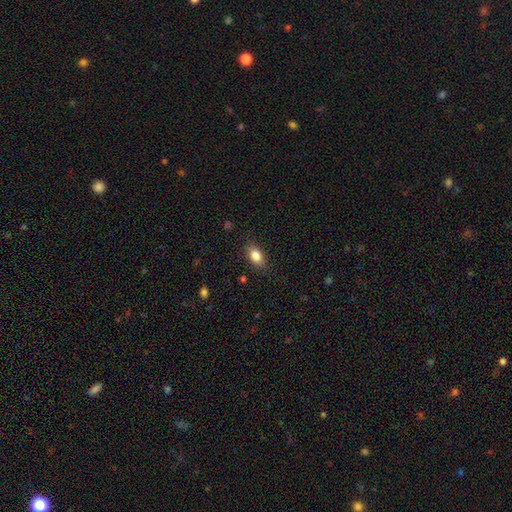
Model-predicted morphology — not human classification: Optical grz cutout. It shows a smooth galaxy with no disk features (83%) that is in between round and cigar-shaped (86%). Merging: none (84%).